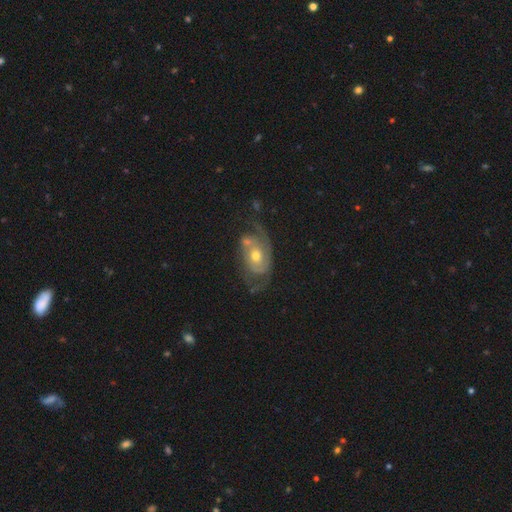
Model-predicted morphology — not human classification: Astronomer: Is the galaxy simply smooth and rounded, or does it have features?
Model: featured or disk — 79%.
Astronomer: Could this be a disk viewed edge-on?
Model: no — 96%.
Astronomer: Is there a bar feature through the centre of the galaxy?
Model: no — 73%.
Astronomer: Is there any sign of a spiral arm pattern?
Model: yes — 87%.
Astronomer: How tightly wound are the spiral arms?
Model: tight — 39%, tied with medium at 39%.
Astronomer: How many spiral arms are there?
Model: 2 — 66%.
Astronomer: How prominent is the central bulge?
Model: moderate — 66%.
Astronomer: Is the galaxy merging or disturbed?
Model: none — 48%.